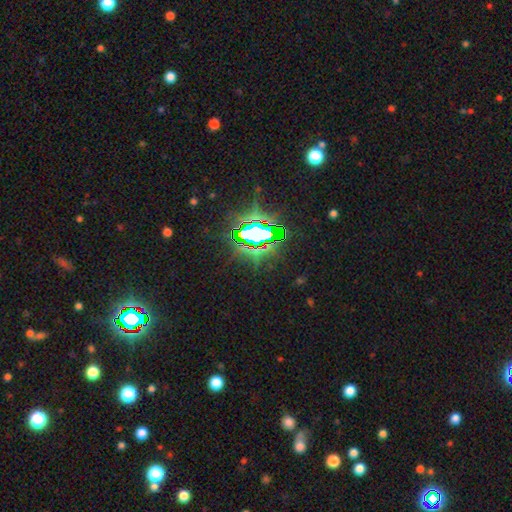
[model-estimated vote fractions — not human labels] Smooth or featured? star or artifact (82%)